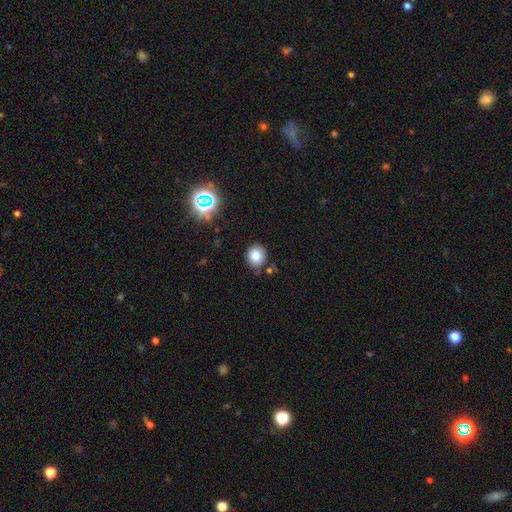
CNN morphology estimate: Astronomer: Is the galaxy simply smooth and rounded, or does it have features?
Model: smooth — 82%.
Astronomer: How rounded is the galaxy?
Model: round — 74%.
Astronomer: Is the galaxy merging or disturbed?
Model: none — 78%.